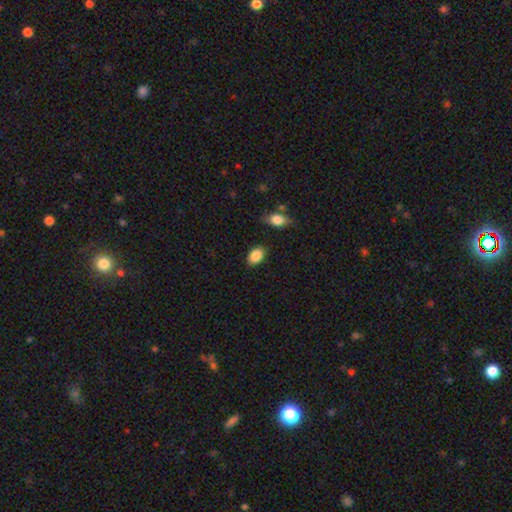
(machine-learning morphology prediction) Smooth or featured? Predicted: smooth (p=0.87). How rounded? Predicted: in between (p=0.81). Merging? Predicted: none (p=0.85).